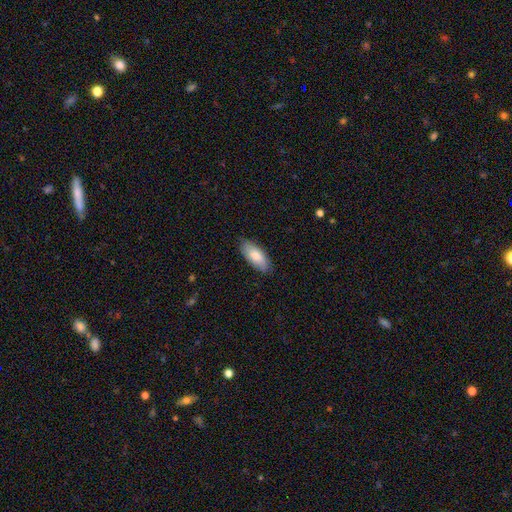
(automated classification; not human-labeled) Smooth or featured: smooth — 79% (featured or disk — 15%)
How rounded: in between — 86% (cigar-shaped — 12%)
Merging: none — 85% (minor disturbance — 12%)